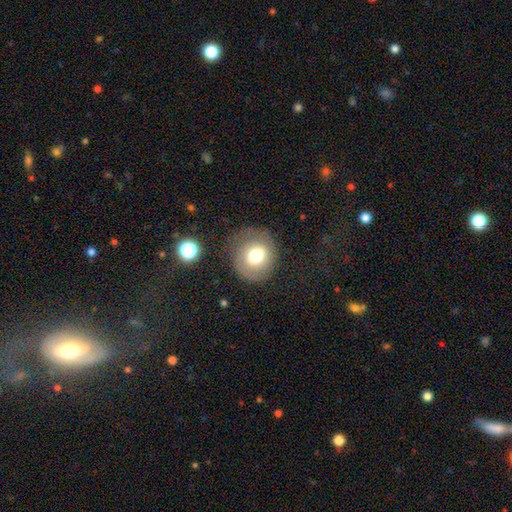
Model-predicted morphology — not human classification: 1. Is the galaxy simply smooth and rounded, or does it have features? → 69% smooth, 21% featured or disk, 10% star or artifact.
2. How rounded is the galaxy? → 82% round, 17% in between, 1% cigar-shaped.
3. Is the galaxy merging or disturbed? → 72% none, 17% minor disturbance, 9% major disturbance, 2% merger.